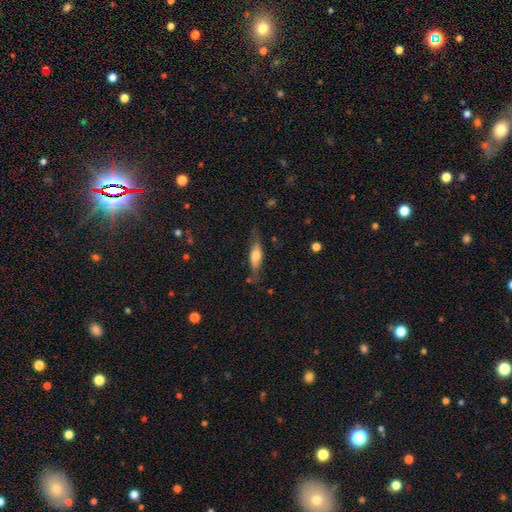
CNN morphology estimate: Smooth or featured? smooth (56%)
How rounded? in between (50%)
Merging? none (67%)